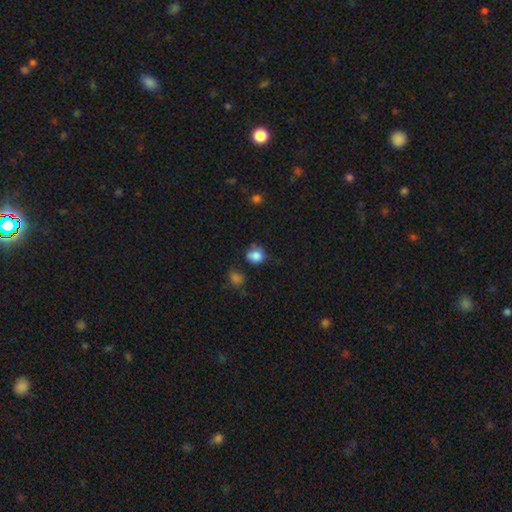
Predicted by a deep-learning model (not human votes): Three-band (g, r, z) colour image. It shows a smooth galaxy with no disk features (81%) that is round (67%). Merging: none (55%).